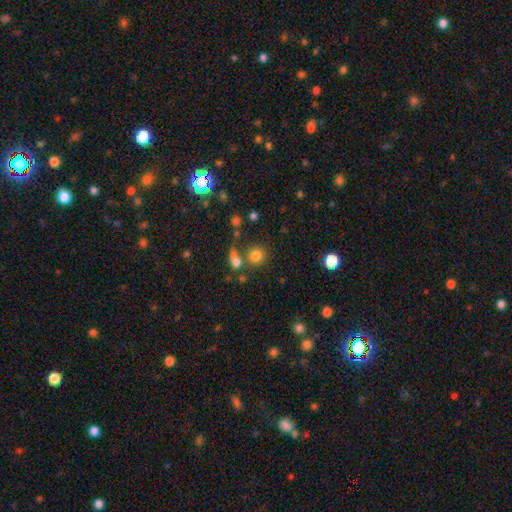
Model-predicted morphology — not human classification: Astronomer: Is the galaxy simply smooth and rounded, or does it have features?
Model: smooth — 78%.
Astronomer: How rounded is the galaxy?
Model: round — 86%.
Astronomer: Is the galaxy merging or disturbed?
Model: none — 62%.